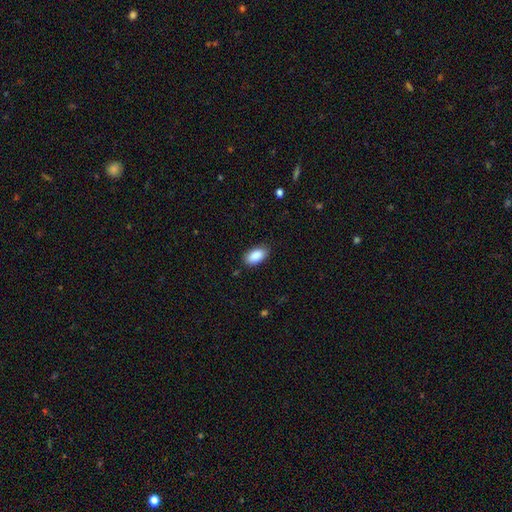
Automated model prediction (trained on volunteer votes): A smooth galaxy with no disk features (90%) that is in between round and cigar-shaped (94%).

Vote fractions:
- Smooth or featured? smooth: 90% / star or artifact: 6% / featured or disk: 3%
- How rounded? in between: 94% / round: 3% / cigar-shaped: 2%
- Merging? none: 86% / minor disturbance: 11% / major disturbance: 2% / merger: 1%